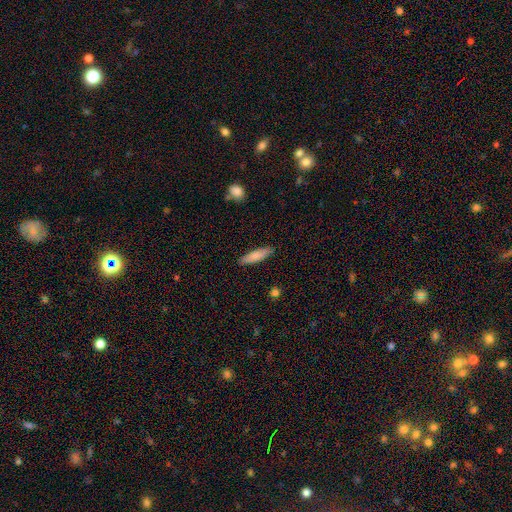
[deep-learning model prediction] smooth-or-featured: smooth: 78% | featured or disk: 16% | star or artifact: 6%
  how-rounded: cigar-shaped: 69% | in between: 29% | round: 2%
  merging: none: 87% | minor disturbance: 9% | major disturbance: 2% | merger: 1%